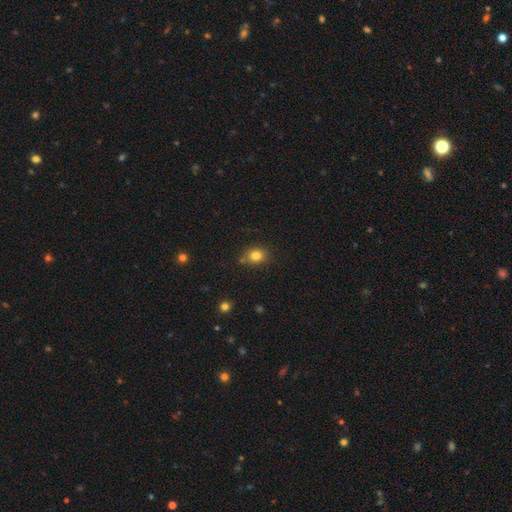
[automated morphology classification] The model was most divided on "how rounded": round: 61%, in between: 38%, cigar-shaped: 1%. More confident: smooth or featured — smooth (81%); merging — none (75%).